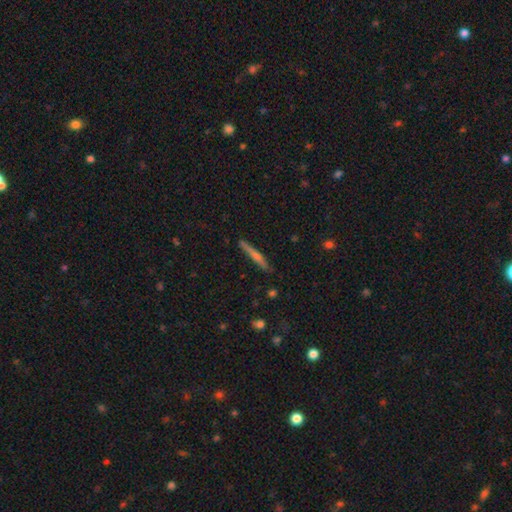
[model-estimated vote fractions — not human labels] smooth-or-featured: featured or disk: 52% | smooth: 41% | star or artifact: 7%
  disk-edge-on: yes: 97% | no: 3%
  merging: none: 88% | minor disturbance: 9% | major disturbance: 2% | merger: 1%